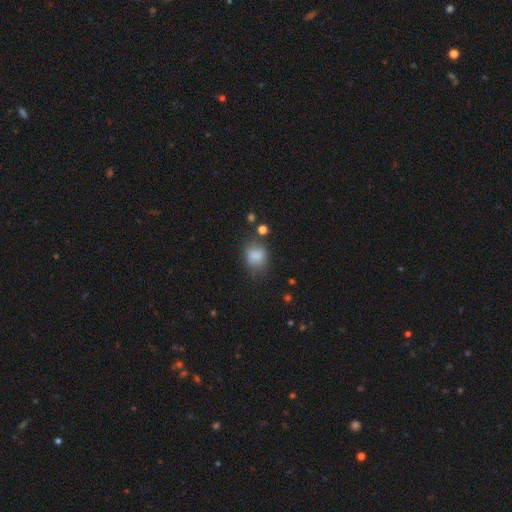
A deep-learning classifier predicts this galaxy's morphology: This appears to be a smooth galaxy with no disk features (81%) that is in between round and cigar-shaped (54%). Merging: none (62%).